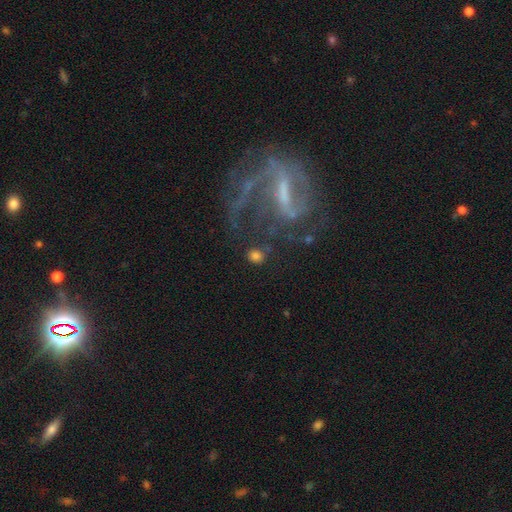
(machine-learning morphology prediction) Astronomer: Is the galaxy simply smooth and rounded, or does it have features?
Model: smooth — 73%.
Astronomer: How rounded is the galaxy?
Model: round — 75%.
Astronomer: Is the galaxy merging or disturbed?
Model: none — 79%.